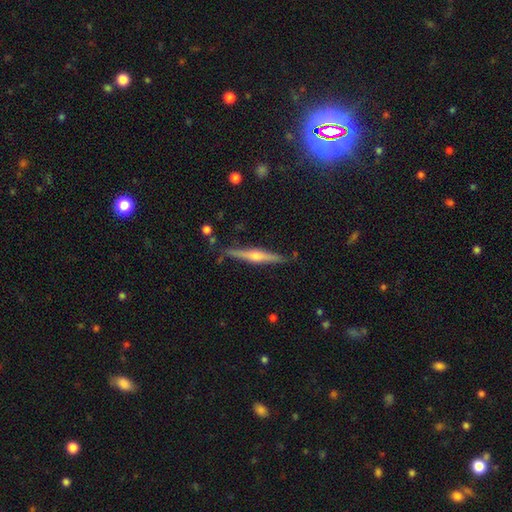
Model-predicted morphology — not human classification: A featured or disk galaxy (77%) viewed edge-on (98%) with a rounded central bulge (87%). Merging: none (88%).